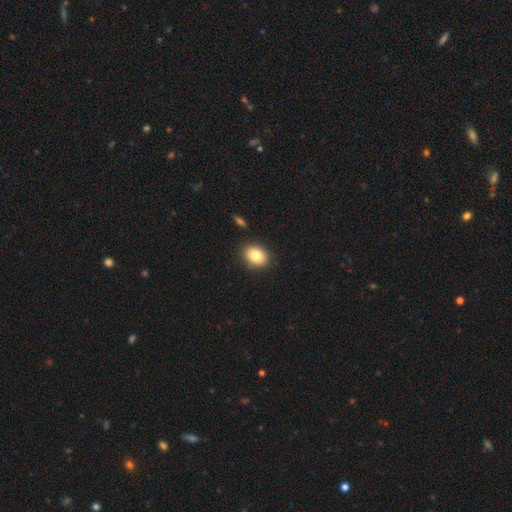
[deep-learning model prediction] smooth 82%, featured or disk 10%, star or artifact 9%. Down the decision tree: how rounded — in between (58%); merging — none (88%).